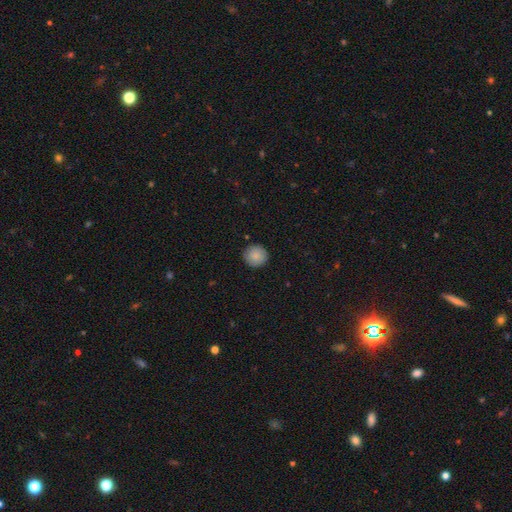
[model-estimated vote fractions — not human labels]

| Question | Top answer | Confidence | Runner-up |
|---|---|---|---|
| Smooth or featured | smooth | 87% | star or artifact (7%) |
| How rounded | round | 94% | in between (5%) |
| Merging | none | 90% | minor disturbance (7%) |